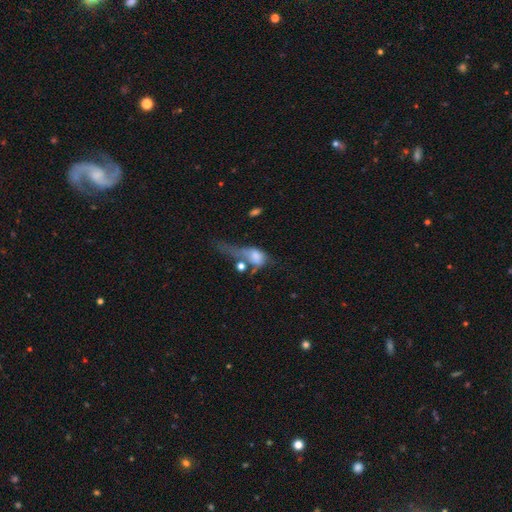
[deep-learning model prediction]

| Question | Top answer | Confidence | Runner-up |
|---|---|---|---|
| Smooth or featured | smooth | 59% | featured or disk (31%) |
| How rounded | in between | 71% | round (19%) |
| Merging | major disturbance | 49% | merger (24%) |